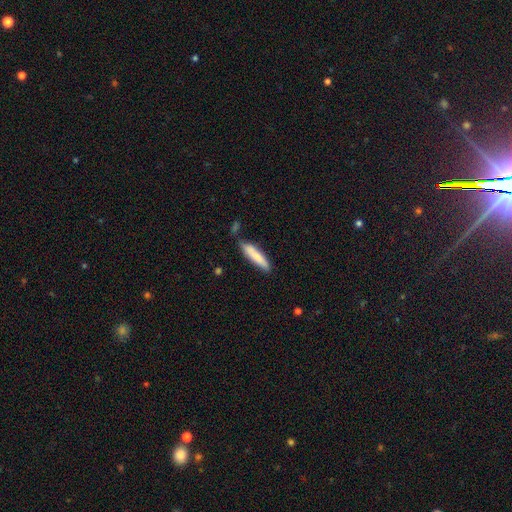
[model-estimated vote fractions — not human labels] Smooth or featured: smooth — 80% (featured or disk — 15%)
How rounded: cigar-shaped — 81% (in between — 18%)
Merging: none — 70% (minor disturbance — 20%)